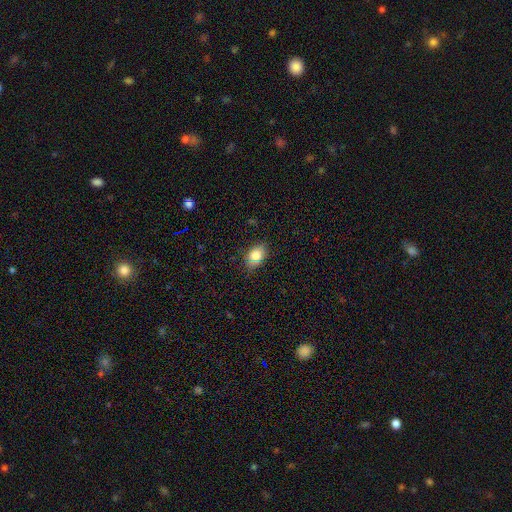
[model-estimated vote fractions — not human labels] A smooth galaxy with no disk features (79%) that is in between round and cigar-shaped (80%). Merging: none (79%).